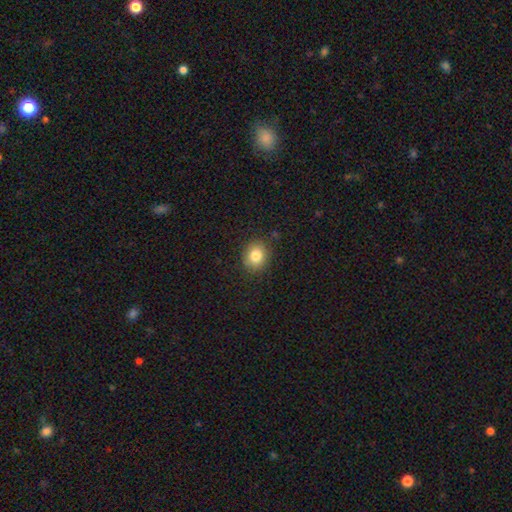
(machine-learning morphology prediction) A smooth galaxy with no disk features (82%) that is round (66%).

Vote fractions:
- Smooth or featured? smooth: 82% / star or artifact: 10% / featured or disk: 8%
- How rounded? round: 66% / in between: 33% / cigar-shaped: 1%
- Merging? none: 86% / minor disturbance: 10% / major disturbance: 3% / merger: 1%